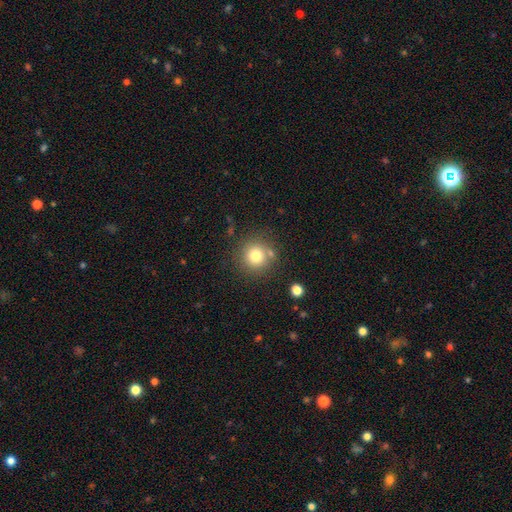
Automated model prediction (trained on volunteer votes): Overall: smooth (77%). How rounded: round (93%). Merging: none (78%).